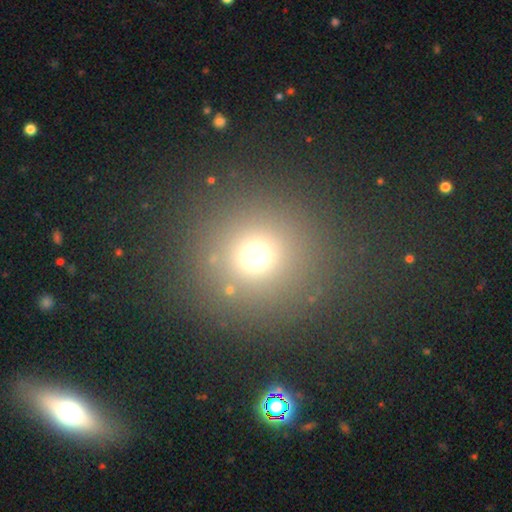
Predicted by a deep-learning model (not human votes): smooth 67%, star or artifact 25%, featured or disk 8%. Down the decision tree: how rounded — round (93%); merging — none (84%).